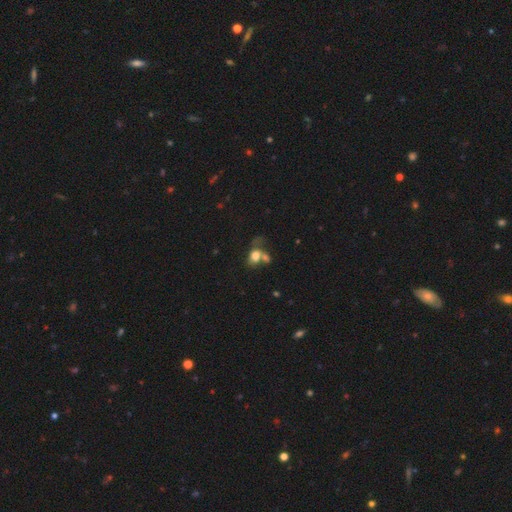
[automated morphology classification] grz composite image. It shows a smooth galaxy with no disk features (67%) that is in between round and cigar-shaped (64%). Merging: merger (48%).